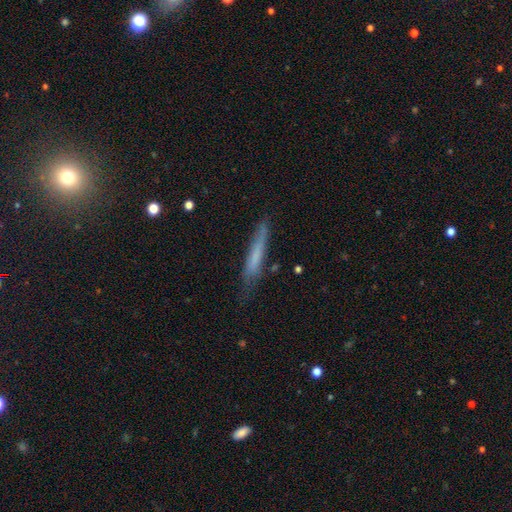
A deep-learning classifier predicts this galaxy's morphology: smooth-or-featured: smooth: 61% | featured or disk: 32% | star or artifact: 7%
  how-rounded: cigar-shaped: 94% | in between: 5% | round: 1%
  merging: none: 69% | minor disturbance: 23% | major disturbance: 6% | merger: 2%